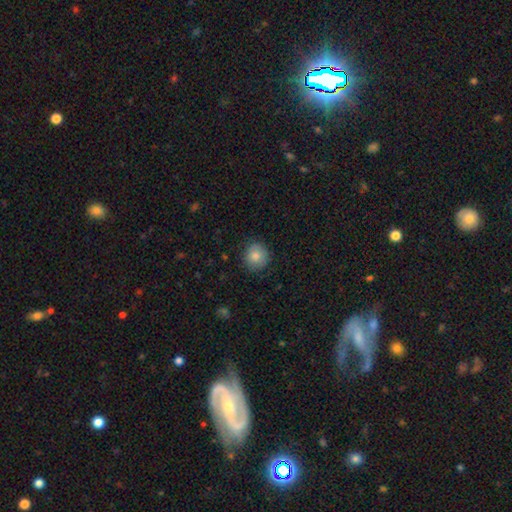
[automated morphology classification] smooth 84%, star or artifact 9%, featured or disk 7%. Down the decision tree: how rounded — round (88%); merging — none (84%).